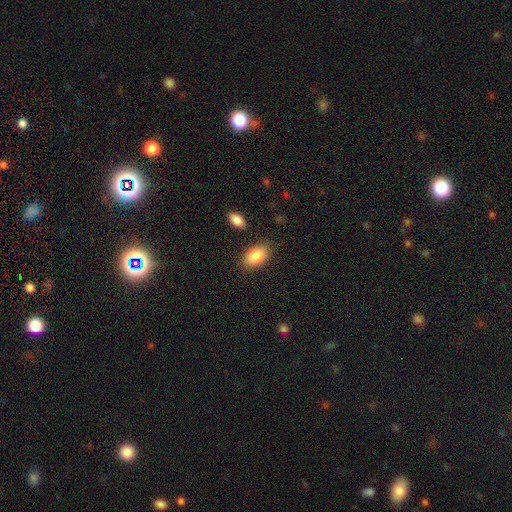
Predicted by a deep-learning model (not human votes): The model was most divided on "merging": none: 83%, minor disturbance: 12%, merger: 3%, major disturbance: 3%. More confident: how rounded — in between (92%); smooth or featured — smooth (86%).